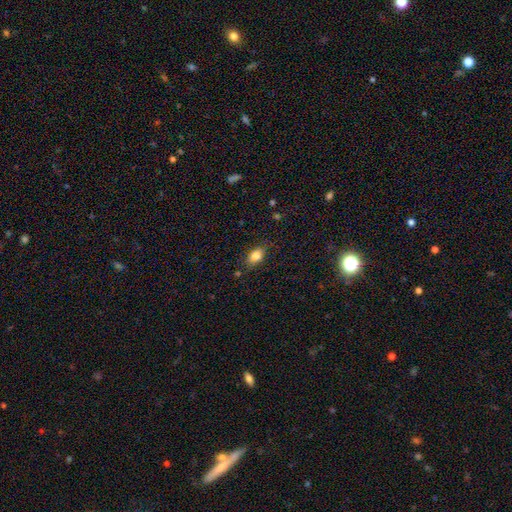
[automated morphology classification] Smooth or featured?
  - smooth: 83% *
  - star or artifact: 9%
  - featured or disk: 8%
How rounded?
  - in between: 79% *
  - round: 17%
  - cigar-shaped: 3%
Merging?
  - none: 78% *
  - minor disturbance: 17%
  - major disturbance: 4%
  - merger: 2%